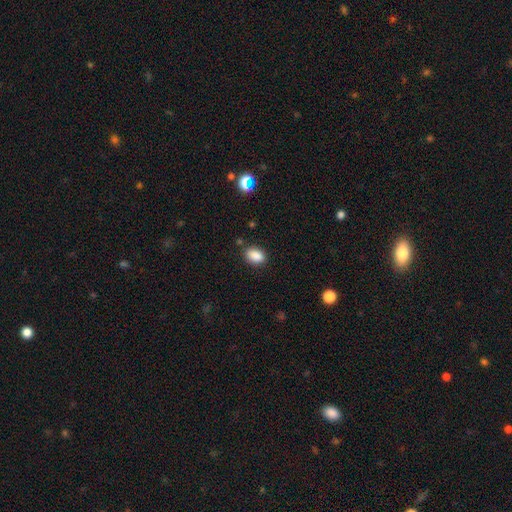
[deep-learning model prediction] A smooth galaxy with no disk features (87%) that is in between round and cigar-shaped (86%). Merging: none (83%).